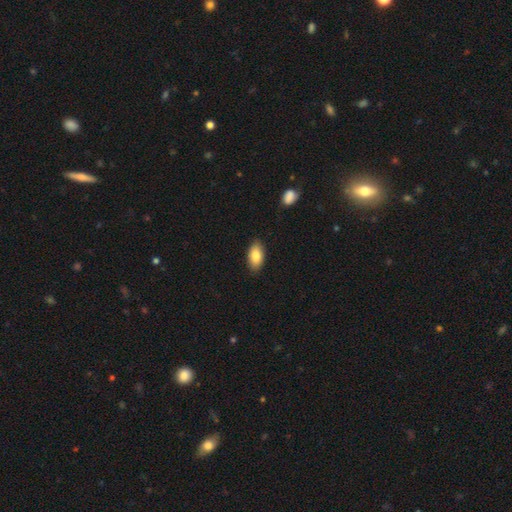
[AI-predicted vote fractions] smooth_or_featured: smooth (p=0.86) [alt: featured or disk p=0.08]
how_rounded: in between (p=0.93) [alt: round p=0.04]
merging: none (p=0.87) [alt: minor disturbance p=0.10]